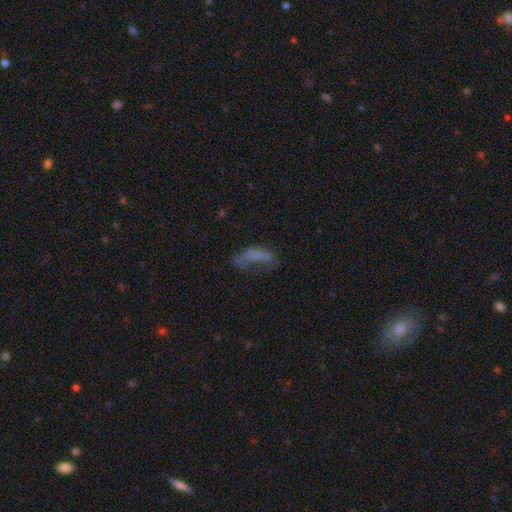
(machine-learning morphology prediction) Smooth or featured?
  - smooth: 50% *
  - featured or disk: 30%
  - star or artifact: 20%
How rounded?
  - in between: 74% *
  - cigar-shaped: 21%
  - round: 5%
Merging?
  - major disturbance: 43% *
  - none: 30%
  - minor disturbance: 20%
  - merger: 6%